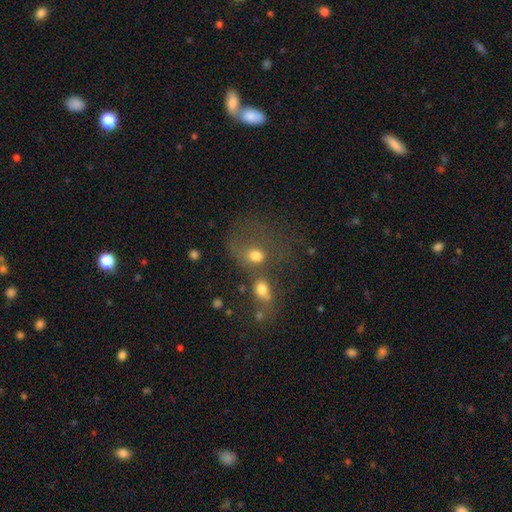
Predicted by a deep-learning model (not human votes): Overall: smooth (69%). How rounded: round (54%; in between 44%). Merging: merger (44%; none 30%).